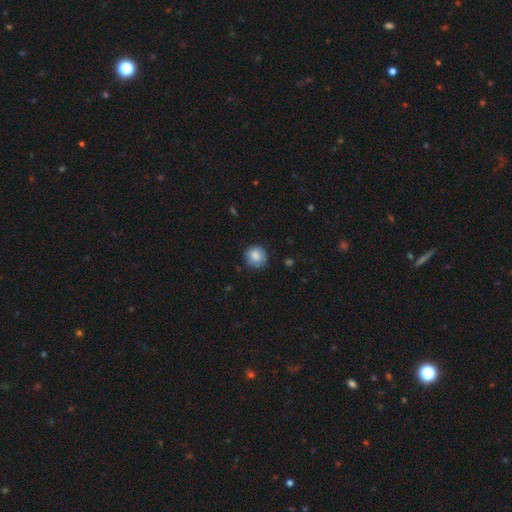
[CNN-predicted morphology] This is clearly a smooth galaxy (85%). How rounded: clearly round (90%). Merging: likely none (80%).